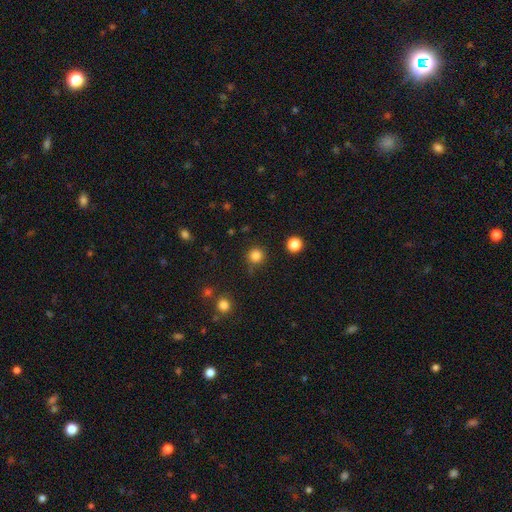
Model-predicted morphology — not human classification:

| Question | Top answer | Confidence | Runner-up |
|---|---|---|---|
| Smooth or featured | smooth | 83% | star or artifact (13%) |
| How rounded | round | 95% | in between (4%) |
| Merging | none | 87% | minor disturbance (8%) |